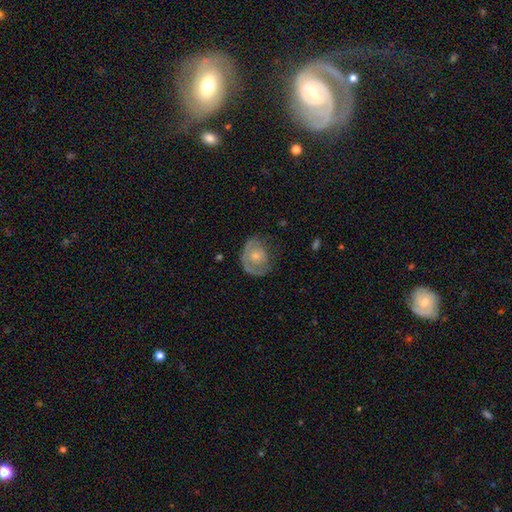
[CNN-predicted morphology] The model was most divided on "smooth or featured": featured or disk: 50%, smooth: 44%, star or artifact: 7%. Remaining: merging — none (49%).